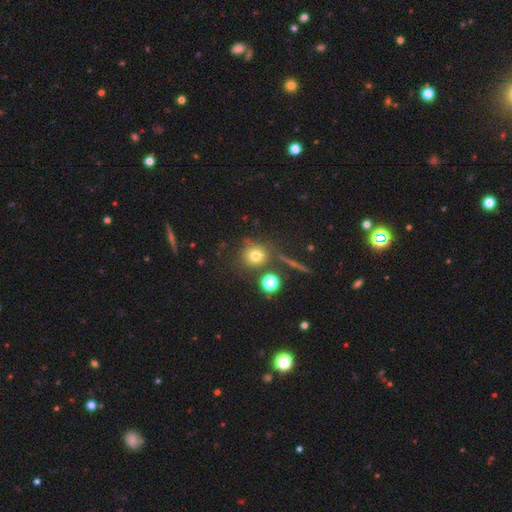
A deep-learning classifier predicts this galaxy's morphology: A smooth galaxy with no disk features (74%) that is round (85%). Merging: none (73%).